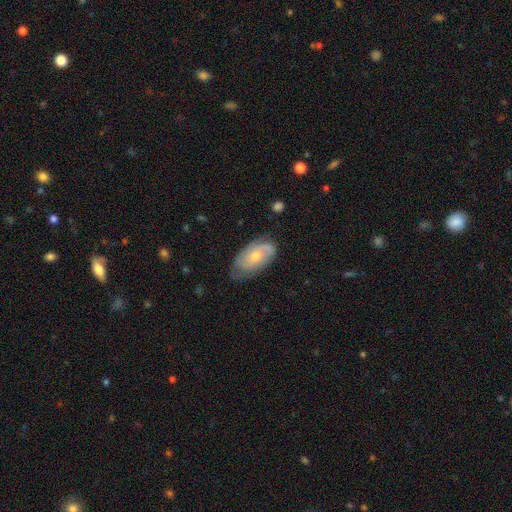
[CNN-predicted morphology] A featured or disk galaxy (61%) with no bar (71%), spiral arms (86%) and a moderate central bulge (48%).

Vote fractions:
- Smooth or featured? featured or disk: 61% / smooth: 33% / star or artifact: 6%
- Edge-on disk? no: 94% / yes: 6%
- Bar? no: 71% / weak: 25% / strong: 4%
- Spiral arms? yes: 86% / no: 14%
- Bulge size? moderate: 48% / small: 47% / large: 2% / none: 2% / dominant: 1%
- Merging? none: 65% / minor disturbance: 26% / major disturbance: 7% / merger: 1%